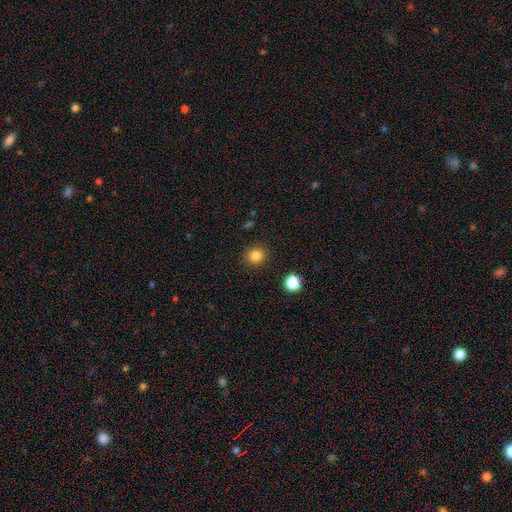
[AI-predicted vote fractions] smooth_or_featured: smooth (p=0.83) [alt: star or artifact p=0.12]
how_rounded: round (p=0.89) [alt: in between p=0.10]
merging: none (p=0.91) [alt: minor disturbance p=0.06]